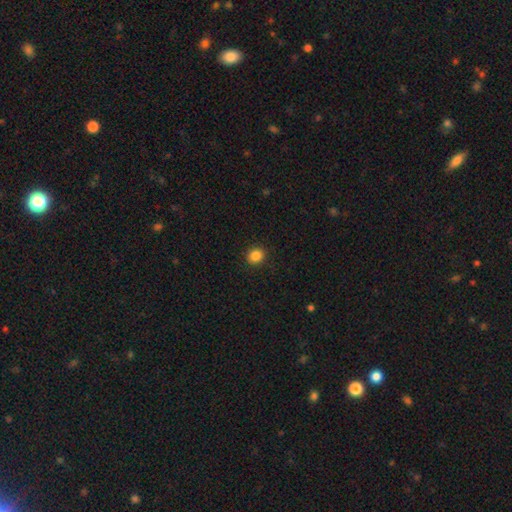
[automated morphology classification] A smooth galaxy with no disk features (86%) that is round (75%). Merging: none (92%).